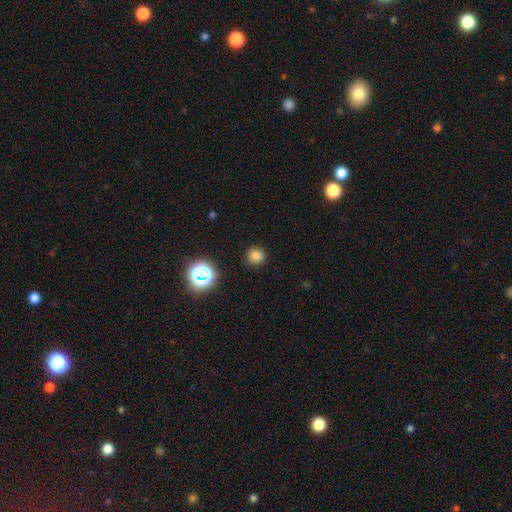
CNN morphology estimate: type=smooth (77%); roundness=round (86%); merging=none (85%).